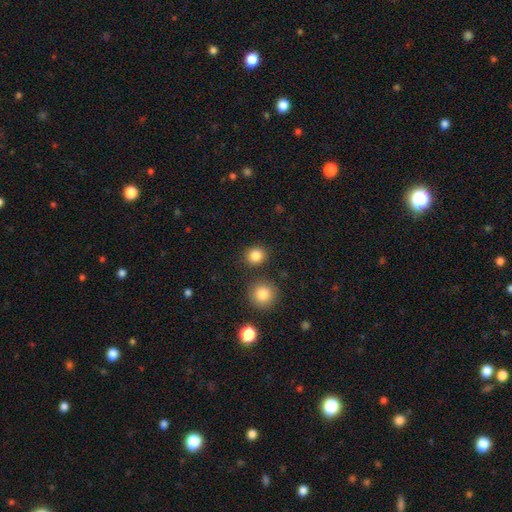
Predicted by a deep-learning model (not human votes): smooth-or-featured: smooth: 84% | star or artifact: 11% | featured or disk: 5%
  how-rounded: round: 82% | in between: 17% | cigar-shaped: 1%
  merging: none: 84% | minor disturbance: 7% | merger: 6% | major disturbance: 3%